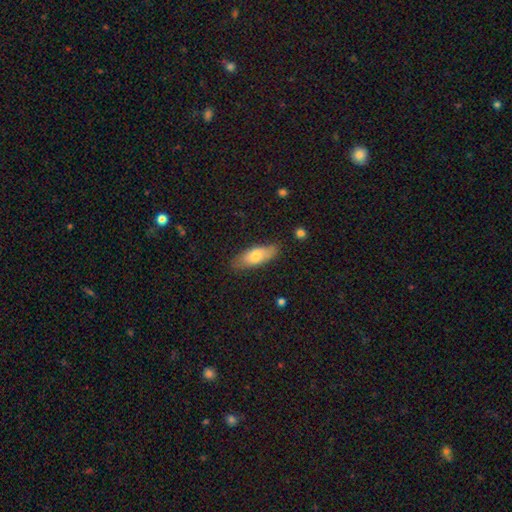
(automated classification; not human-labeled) Morphology: type=smooth (72%); roundness=in between (70%); merging=none (81%).